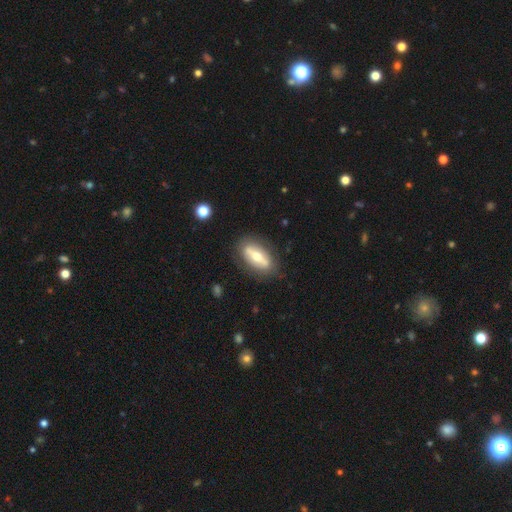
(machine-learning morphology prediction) Smooth or featured? featured or disk (55%)
Edge-on disk? no (65%)
Merging? none (81%)